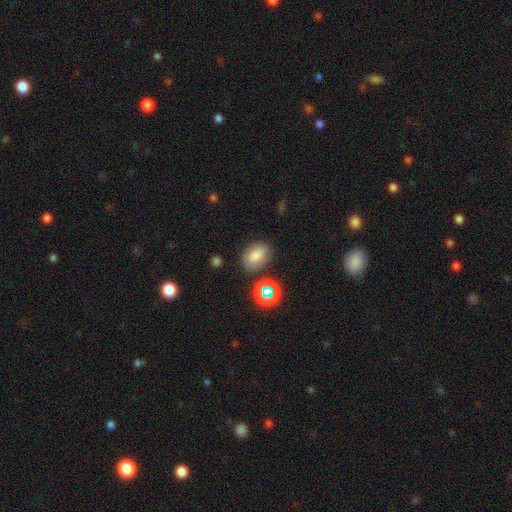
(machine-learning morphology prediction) Smooth or featured: smooth — 75% (star or artifact — 15%)
How rounded: in between — 73% (round — 26%)
Merging: none — 76% (minor disturbance — 16%)